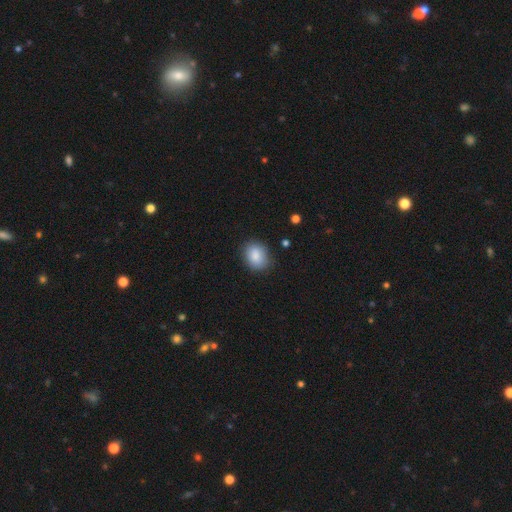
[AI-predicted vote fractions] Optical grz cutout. It shows a smooth galaxy with no disk features (87%) that is in between round and cigar-shaped (64%). Merging: none (81%).